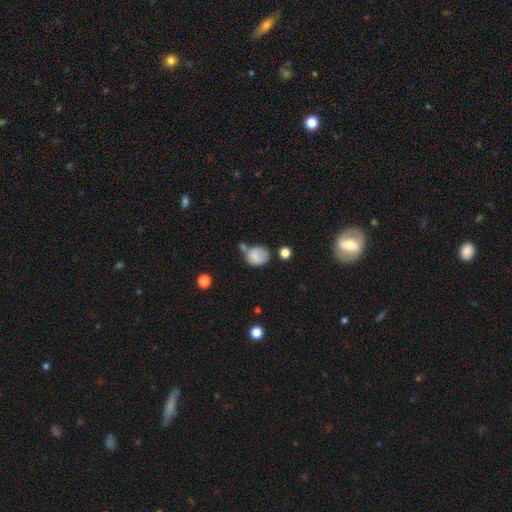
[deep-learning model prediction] The model was most divided on "how rounded": round: 58%, in between: 41%, cigar-shaped: 1%. Remaining: smooth or featured — smooth (80%); merging — none (44%).